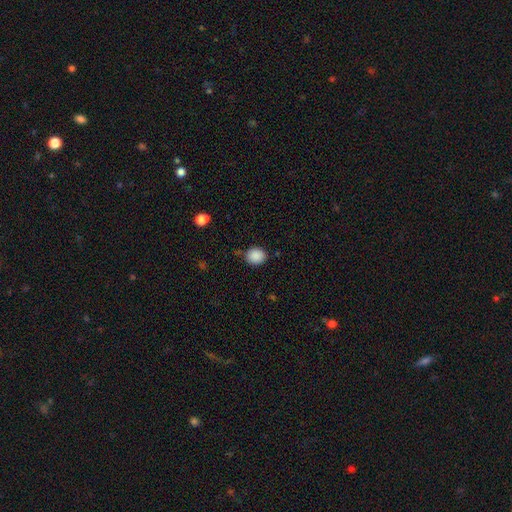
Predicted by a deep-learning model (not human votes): Smooth or featured?
  - smooth: 88% *
  - star or artifact: 9%
  - featured or disk: 3%
How rounded?
  - round: 72% *
  - in between: 27%
  - cigar-shaped: 1%
Merging?
  - none: 82% *
  - minor disturbance: 13%
  - major disturbance: 3%
  - merger: 3%